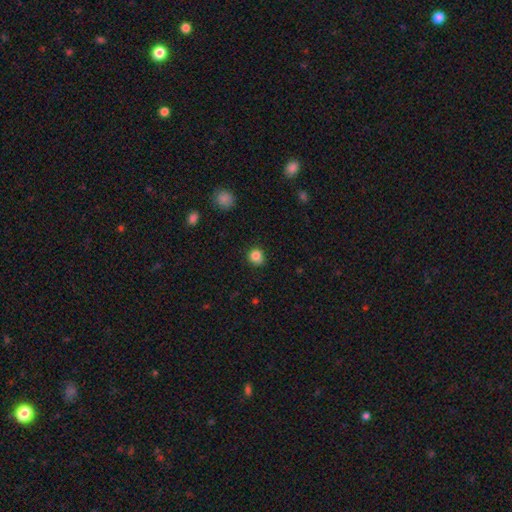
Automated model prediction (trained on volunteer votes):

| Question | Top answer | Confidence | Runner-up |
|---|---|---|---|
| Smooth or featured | smooth | 84% | star or artifact (11%) |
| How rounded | round | 83% | in between (16%) |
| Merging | none | 74% | minor disturbance (20%) |